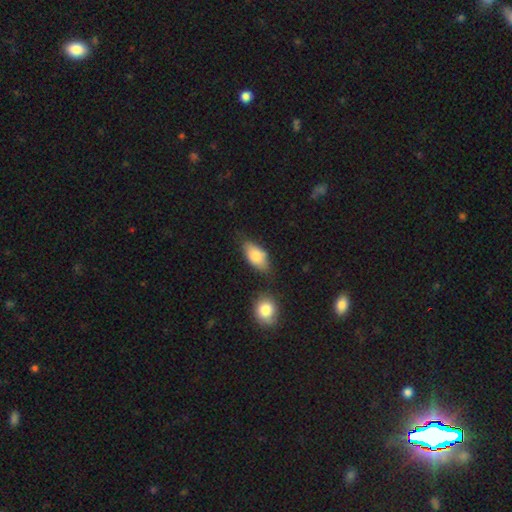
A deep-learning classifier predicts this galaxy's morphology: smooth-or-featured: smooth: 80% | featured or disk: 13% | star or artifact: 7%
  how-rounded: in between: 90% | cigar-shaped: 6% | round: 5%
  merging: none: 65% | minor disturbance: 21% | merger: 9% | major disturbance: 5%